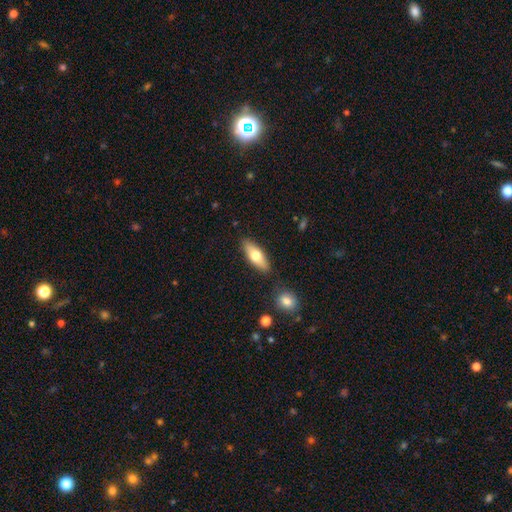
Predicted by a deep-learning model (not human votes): Smooth or featured? Predicted: smooth (p=0.65). How rounded? Predicted: in between (p=0.65). Merging? Predicted: none (p=0.83).